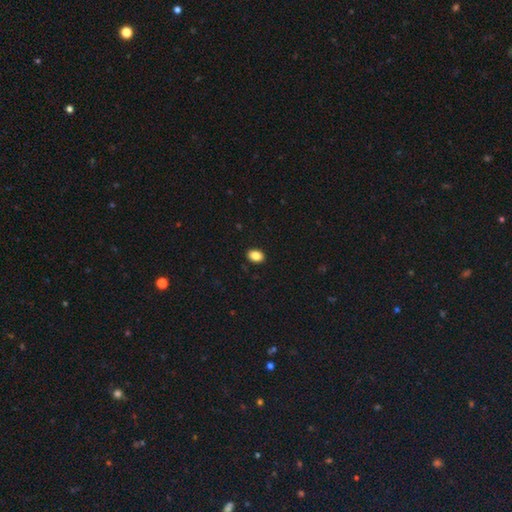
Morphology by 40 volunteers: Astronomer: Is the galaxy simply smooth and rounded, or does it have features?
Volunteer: smooth — 82%.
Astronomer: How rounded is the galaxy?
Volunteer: in between — 76%.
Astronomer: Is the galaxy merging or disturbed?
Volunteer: none — 94%.